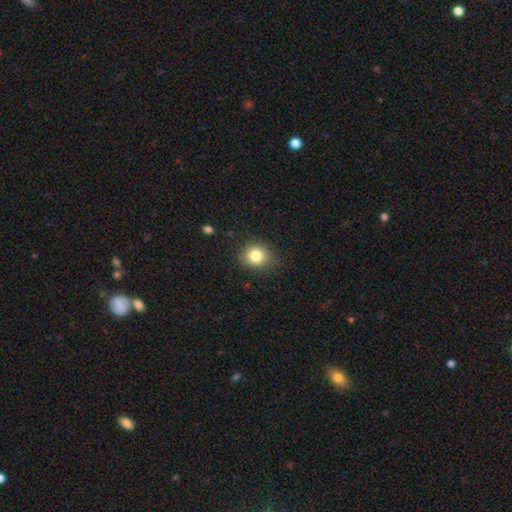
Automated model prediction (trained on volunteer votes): Smooth or featured: smooth — 83% (star or artifact — 11%)
How rounded: round — 79% (in between — 20%)
Merging: none — 83% (minor disturbance — 12%)